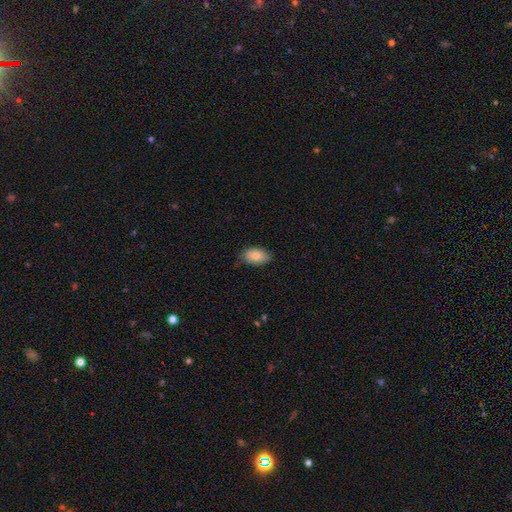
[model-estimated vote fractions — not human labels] smooth-or-featured: smooth: 82% | featured or disk: 11% | star or artifact: 7%
  how-rounded: in between: 92% | round: 7% | cigar-shaped: 2%
  merging: none: 74% | minor disturbance: 22% | major disturbance: 3% | merger: 1%